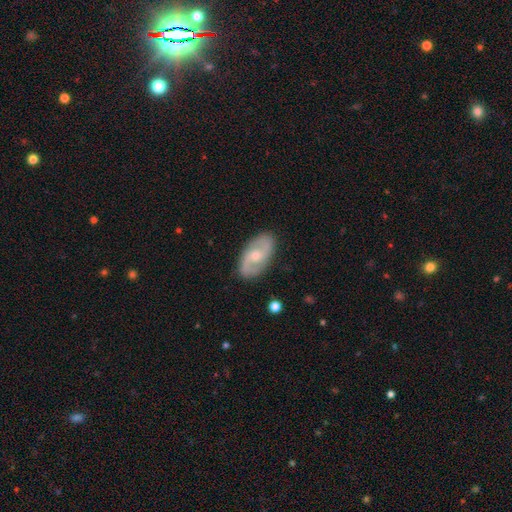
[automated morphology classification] A featured or disk galaxy (79%) with no bar (48%), 2 (90%) medium (48%) spiral arms (93%) and a small central bulge (48%).

Vote fractions:
- Smooth or featured? featured or disk: 79% / smooth: 16% / star or artifact: 5%
- Edge-on disk? no: 96% / yes: 4%
- Bar? no: 48% / weak: 43% / strong: 9%
- Spiral arms? yes: 93% / no: 7%
- Spiral winding? medium: 48% / loose: 30% / tight: 22%
- Spiral arm count? 2: 90% / can't tell: 5% / 3: 2% / 1: 2% / 4: 1% / more than 4: 1%
- Bulge size? small: 48% / moderate: 46% / none: 3% / large: 2% / dominant: 1%
- Merging? none: 85% / minor disturbance: 11% / major disturbance: 3% / merger: 1%